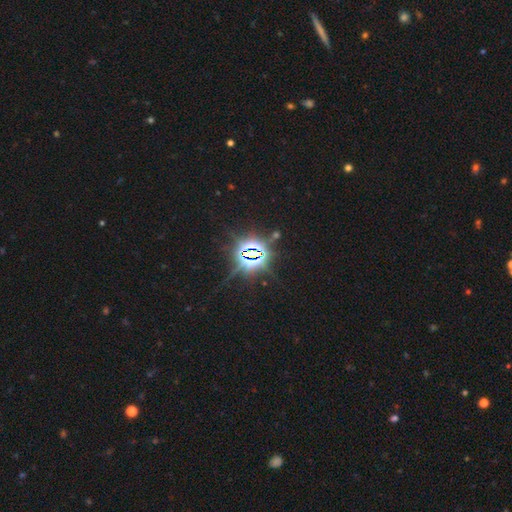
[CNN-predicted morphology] This appears to be a star or artifact, not a galaxy (85%).